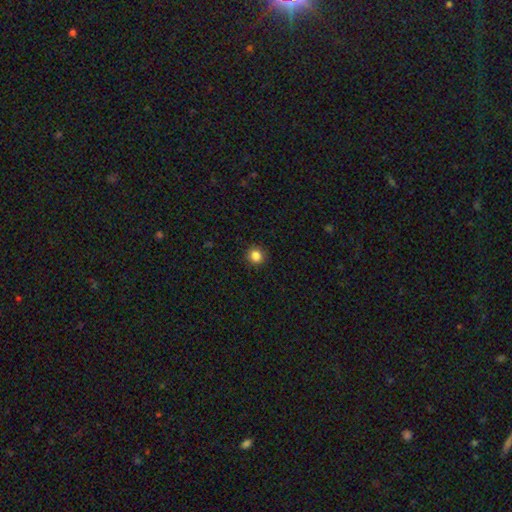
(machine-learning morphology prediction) Smooth or featured: smooth — 85% (star or artifact — 11%)
How rounded: round — 91% (in between — 9%)
Merging: none — 91% (minor disturbance — 6%)